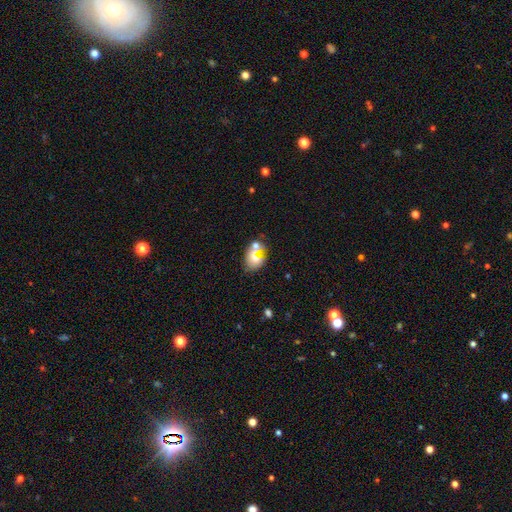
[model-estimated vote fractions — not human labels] Q: Smooth or featured?
A: smooth (55%); runner-up: featured or disk (30%)
Q: How rounded?
A: in between (65%); runner-up: round (33%)
Q: Merging?
A: none (48%); runner-up: merger (29%)